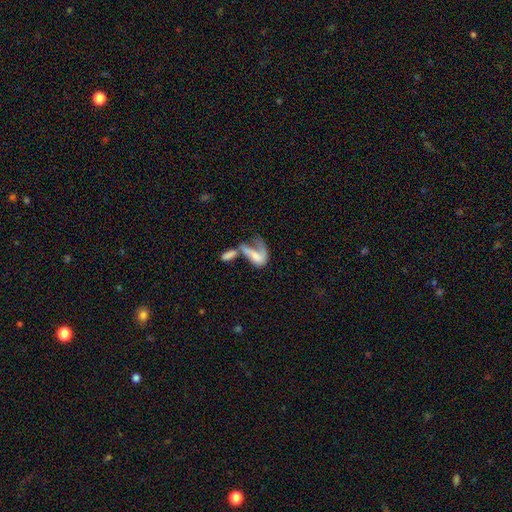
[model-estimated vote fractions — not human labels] smooth-or-featured: smooth: 48% | featured or disk: 43% | star or artifact: 9%
  merging: merger: 52% | major disturbance: 28% | none: 12% | minor disturbance: 8%